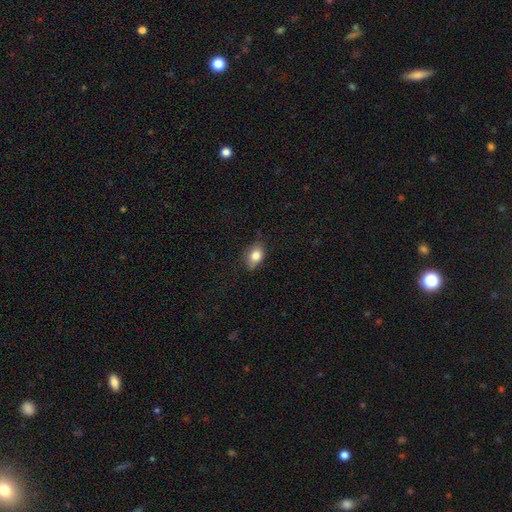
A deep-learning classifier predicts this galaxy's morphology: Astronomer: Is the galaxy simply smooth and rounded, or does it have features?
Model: smooth — 82%.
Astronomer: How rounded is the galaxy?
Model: in between — 75%.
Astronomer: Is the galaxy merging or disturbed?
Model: none — 73%.